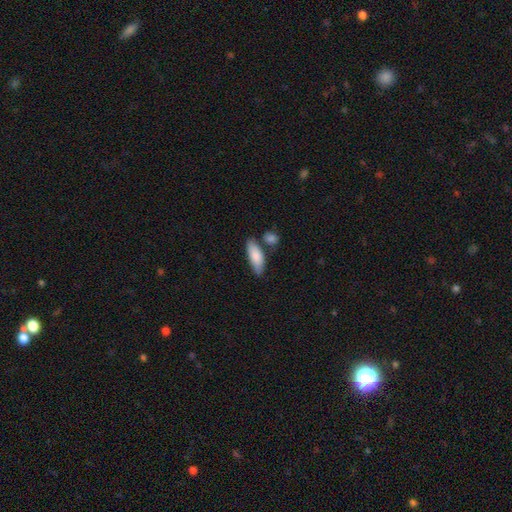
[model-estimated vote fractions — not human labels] A smooth galaxy with no disk features (83%) that is in between round and cigar-shaped (72%). Merging: none (65%).